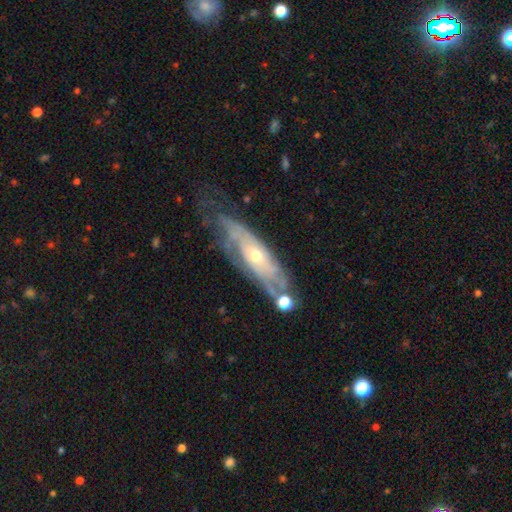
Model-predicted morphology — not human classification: Smooth or featured? Predicted: featured or disk (p=0.80). Edge-on disk? Predicted: no (p=0.79). Bar? Predicted: no (p=0.76). Spiral arms? Predicted: yes (p=0.85). Spiral winding? Predicted: tight (p=0.64). Spiral arm count? Predicted: can't tell (p=0.58). Bulge size? Predicted: moderate (p=0.51). Merging? Predicted: none (p=0.56).